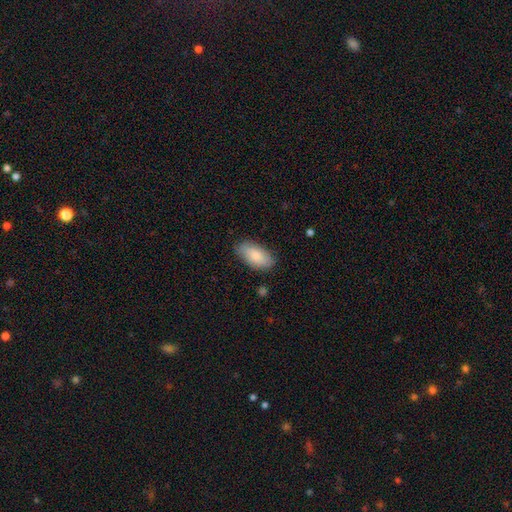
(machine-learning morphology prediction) Smooth or featured? Predicted: smooth (p=0.83). How rounded? Predicted: in between (p=0.93). Merging? Predicted: none (p=0.82).